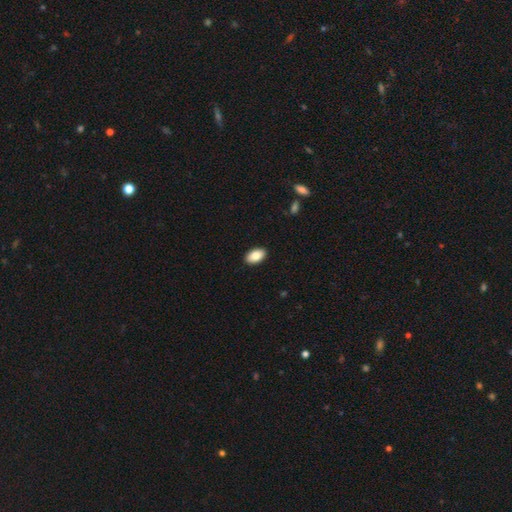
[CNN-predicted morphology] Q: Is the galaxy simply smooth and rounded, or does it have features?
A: smooth — 85%.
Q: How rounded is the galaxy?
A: in between — 93%.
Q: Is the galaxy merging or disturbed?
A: none — 90%.